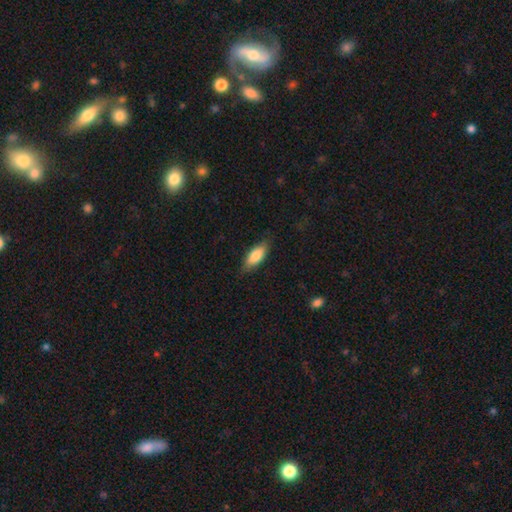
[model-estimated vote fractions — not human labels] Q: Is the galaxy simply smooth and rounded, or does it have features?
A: smooth — 82%.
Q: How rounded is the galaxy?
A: in between — 79%.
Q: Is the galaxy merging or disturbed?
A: none — 81%.